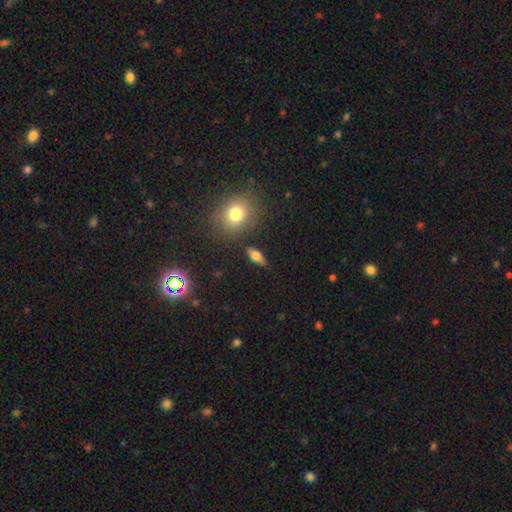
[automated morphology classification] smooth-or-featured: smooth: 58% | featured or disk: 30% | star or artifact: 12%
  how-rounded: in between: 64% | cigar-shaped: 27% | round: 10%
  merging: none: 83% | minor disturbance: 11% | major disturbance: 3% | merger: 3%